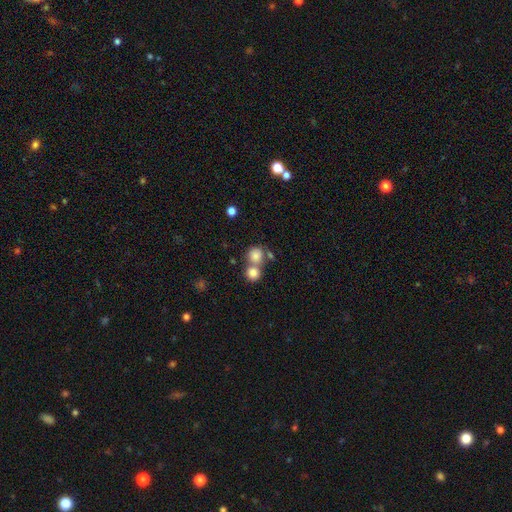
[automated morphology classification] smooth-or-featured: smooth: 80% | star or artifact: 11% | featured or disk: 9%
  how-rounded: round: 84% | in between: 15% | cigar-shaped: 1%
  merging: none: 46% | merger: 43% | minor disturbance: 7% | major disturbance: 3%